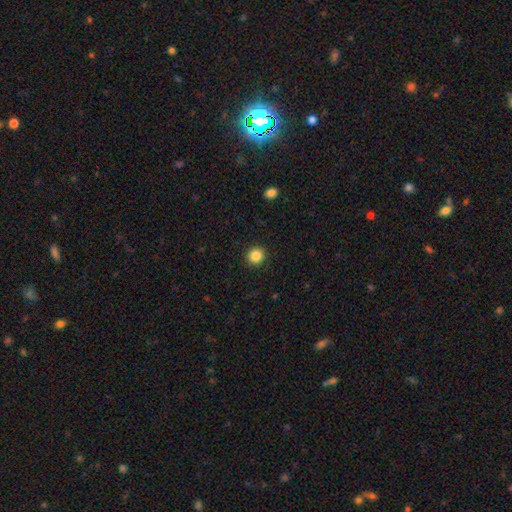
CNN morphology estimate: Smooth or featured? smooth (86%)
How rounded? round (92%)
Merging? none (92%)